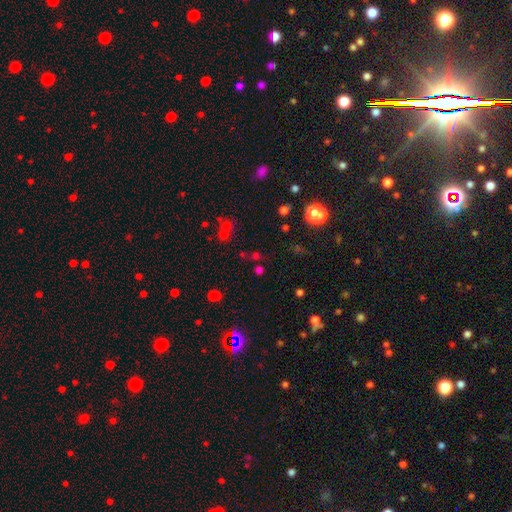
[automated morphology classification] A star or artifact, not a galaxy (46%).

Vote fractions:
- Smooth or featured? star or artifact: 46% / smooth: 44% / featured or disk: 10%